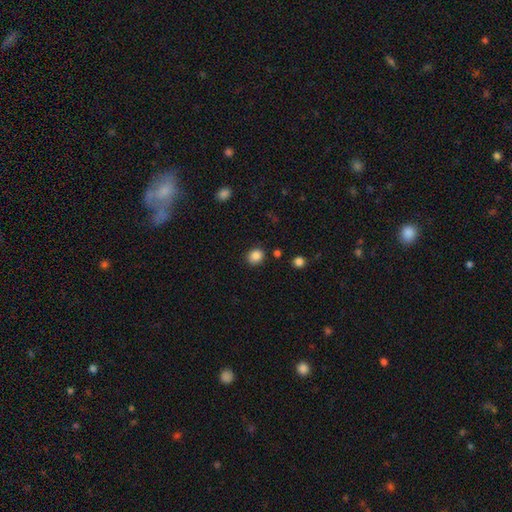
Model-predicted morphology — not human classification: type=smooth (86%); roundness=round (74%); merging=none (86%).